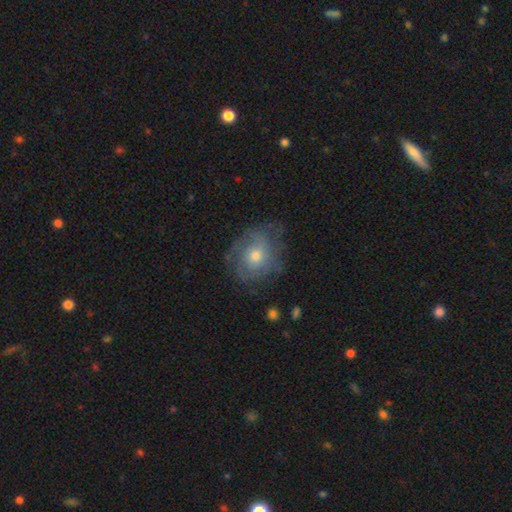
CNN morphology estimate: A featured or disk galaxy (49%).

Vote fractions:
- Smooth or featured? featured or disk: 49% / smooth: 42% / star or artifact: 9%
- Merging? none: 61% / minor disturbance: 24% / major disturbance: 13% / merger: 1%